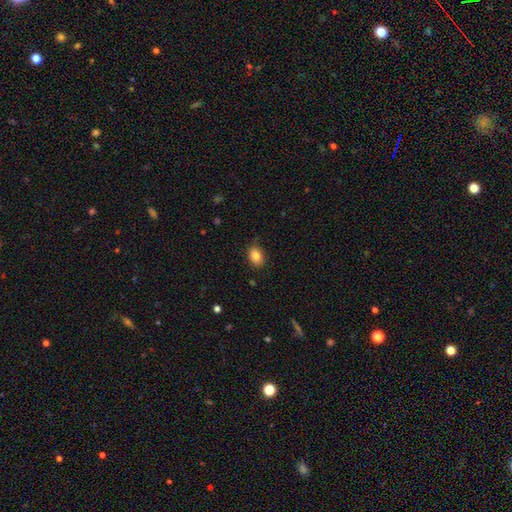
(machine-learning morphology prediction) type=smooth (84%); roundness=in between (79%); merging=none (80%).